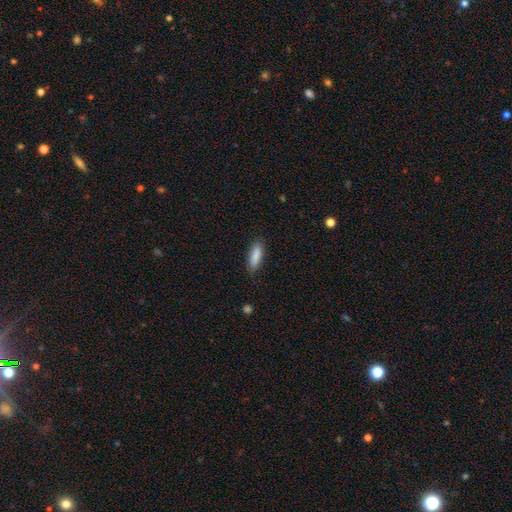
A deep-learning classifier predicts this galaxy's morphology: A smooth galaxy with no disk features (87%) that is in between round and cigar-shaped (55%). Merging: none (82%).